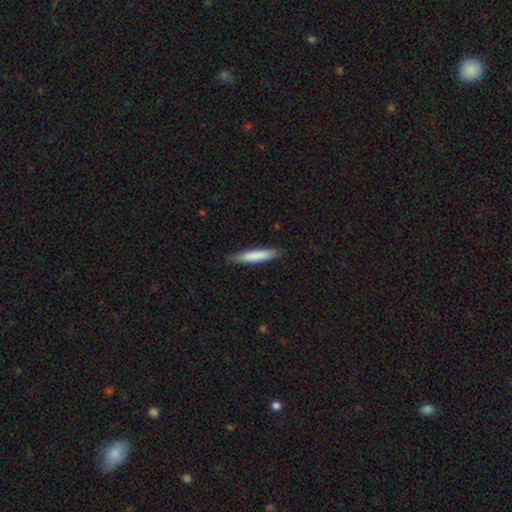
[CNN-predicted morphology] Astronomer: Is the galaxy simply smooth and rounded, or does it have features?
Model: smooth — 82%.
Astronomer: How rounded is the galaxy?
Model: cigar-shaped — 89%.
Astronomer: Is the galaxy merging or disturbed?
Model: none — 86%.